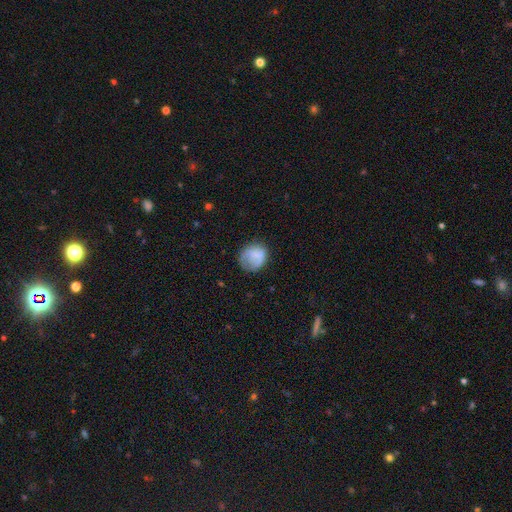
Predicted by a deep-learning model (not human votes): Smooth or featured: smooth — 78% (featured or disk — 13%)
How rounded: round — 76% (in between — 23%)
Merging: none — 61% (minor disturbance — 25%)